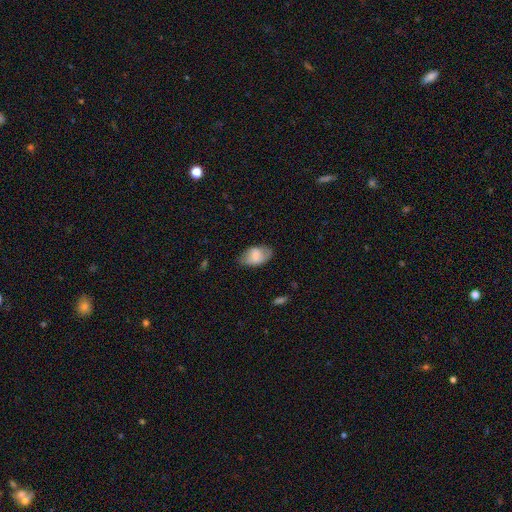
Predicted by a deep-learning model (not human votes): Smooth or featured? Predicted: smooth (p=0.67). How rounded? Predicted: in between (p=0.91). Merging? Predicted: none (p=0.68).